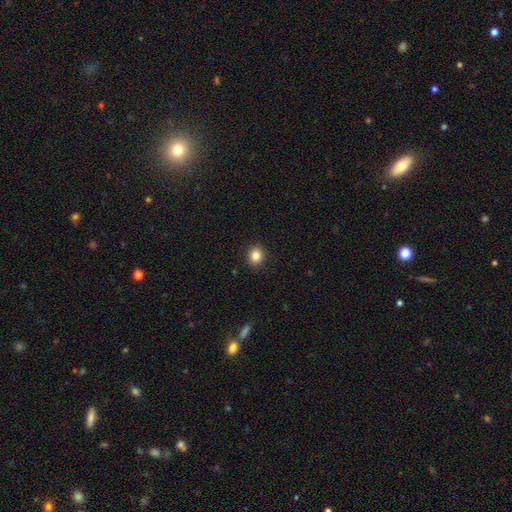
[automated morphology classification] This is clearly a smooth galaxy (84%). How rounded: clearly round (83%). Merging: clearly none (92%).